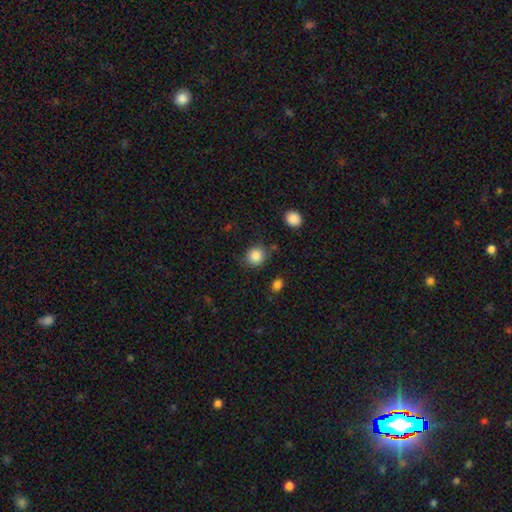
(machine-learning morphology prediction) type=smooth (86%); roundness=round (87%); merging=none (80%).